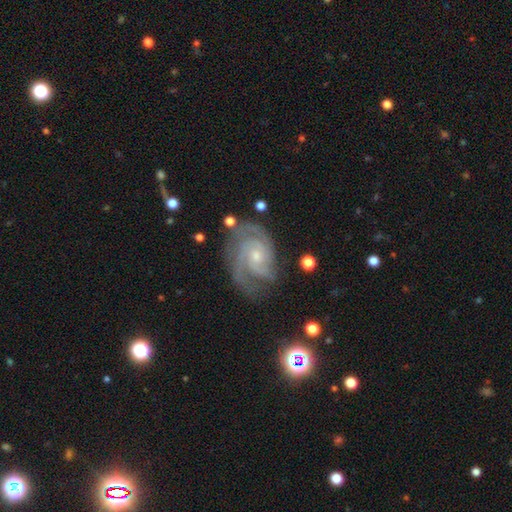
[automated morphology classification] Q: Smooth or featured?
A: featured or disk (89%); runner-up: smooth (5%)
Q: Edge-on disk?
A: no (98%); runner-up: yes (2%)
Q: Bar?
A: no (68%); runner-up: weak (27%)
Q: Spiral arms?
A: yes (98%); runner-up: no (2%)
Q: Spiral winding?
A: tight (57%); runner-up: medium (37%)
Q: Spiral arm count?
A: 3 (37%); runner-up: 2 (27%)
Q: Bulge size?
A: small (65%); runner-up: moderate (30%)
Q: Merging?
A: none (68%); runner-up: minor disturbance (20%)